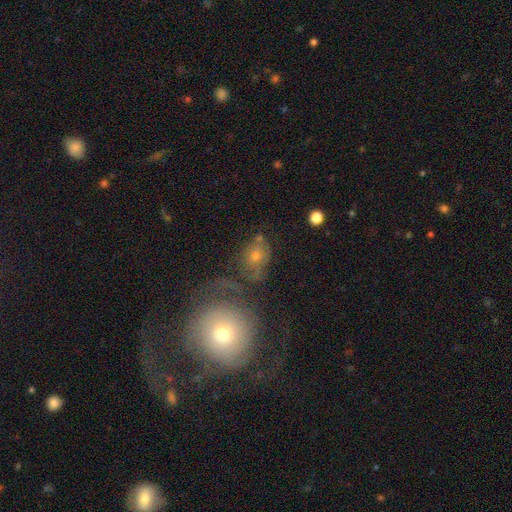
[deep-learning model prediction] A smooth galaxy with no disk features (47%). Merging: none (49%).